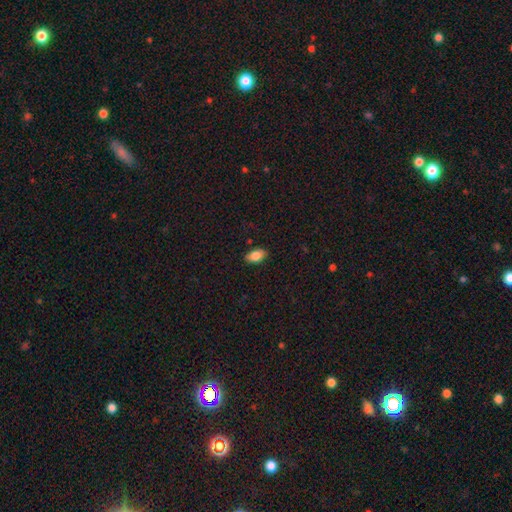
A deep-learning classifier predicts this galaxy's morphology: The model was most divided on "smooth or featured": smooth: 84%, featured or disk: 8%, star or artifact: 7%. More confident: how rounded — in between (92%); merging — none (87%).